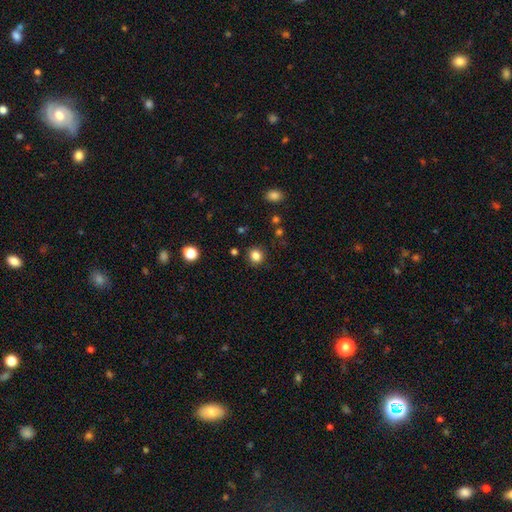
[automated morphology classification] smooth_or_featured: smooth (p=0.83) [alt: star or artifact p=0.12]
how_rounded: round (p=0.84) [alt: in between p=0.15]
merging: none (p=0.89) [alt: minor disturbance p=0.07]